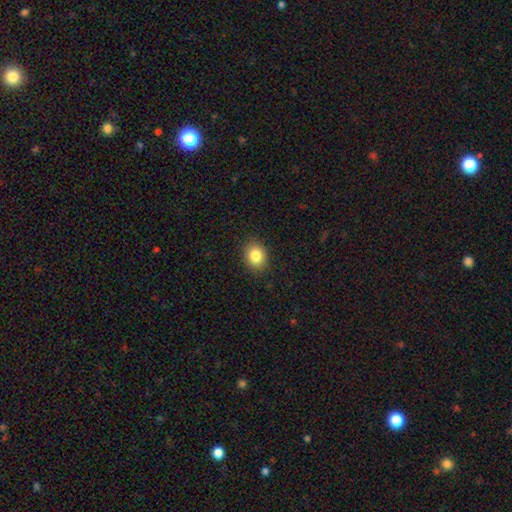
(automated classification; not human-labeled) A smooth galaxy with no disk features (84%) that is round (57%). Merging: none (89%).